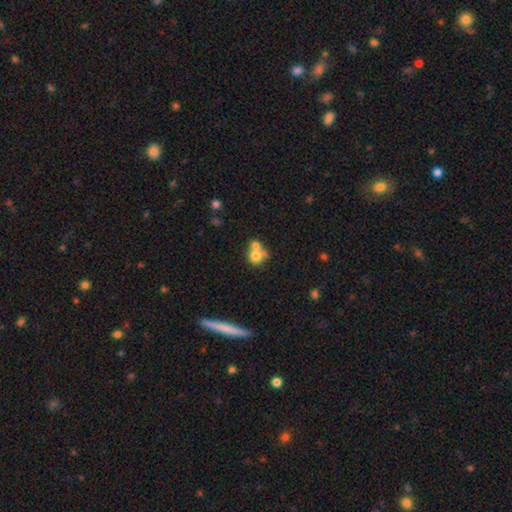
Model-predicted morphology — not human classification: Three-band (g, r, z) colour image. It shows a smooth galaxy with no disk features (70%) that is round (79%). Merging: merger (58%).